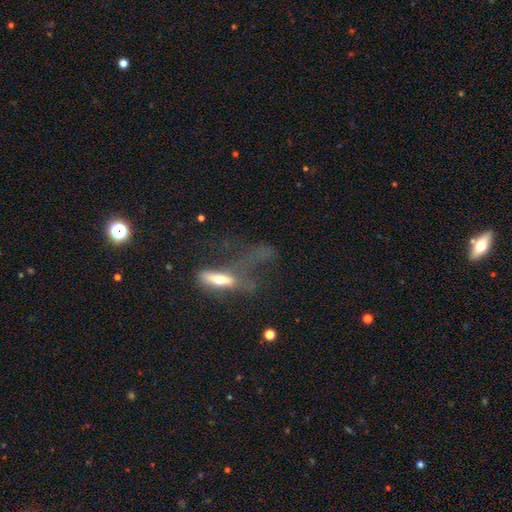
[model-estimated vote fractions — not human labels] Smooth or featured?
  - featured or disk: 45% *
  - smooth: 35%
  - star or artifact: 20%
Merging?
  - major disturbance: 51% *
  - none: 23%
  - minor disturbance: 15%
  - merger: 11%